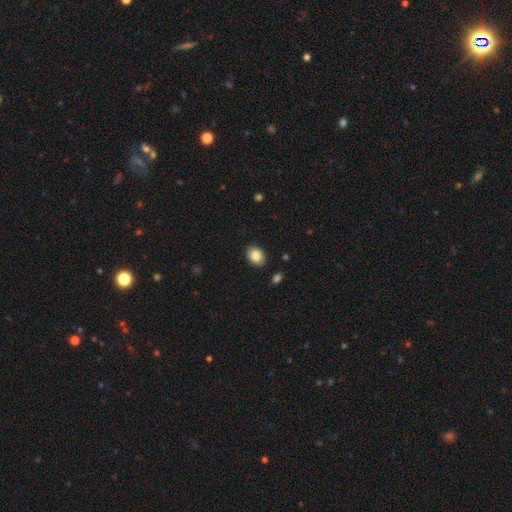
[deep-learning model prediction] A smooth galaxy with no disk features (86%) that is in between round and cigar-shaped (62%). Merging: none (88%).